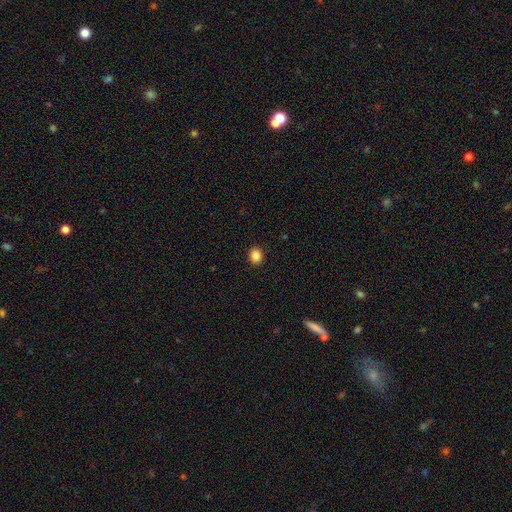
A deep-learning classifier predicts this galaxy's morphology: Q: Smooth or featured?
A: smooth (87%); runner-up: star or artifact (10%)
Q: How rounded?
A: round (65%); runner-up: in between (34%)
Q: Merging?
A: none (91%); runner-up: minor disturbance (6%)